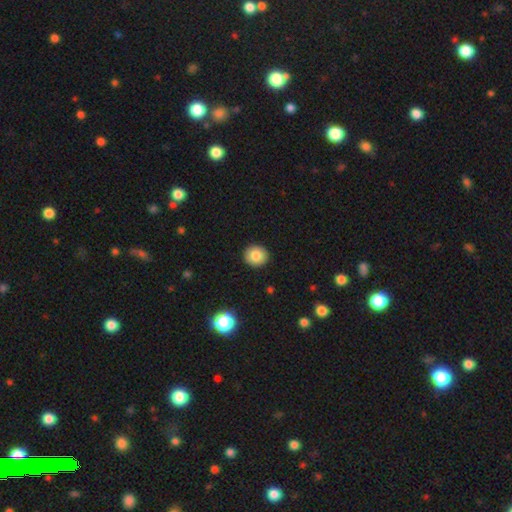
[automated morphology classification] Smooth or featured? smooth (83%)
How rounded? round (87%)
Merging? none (91%)